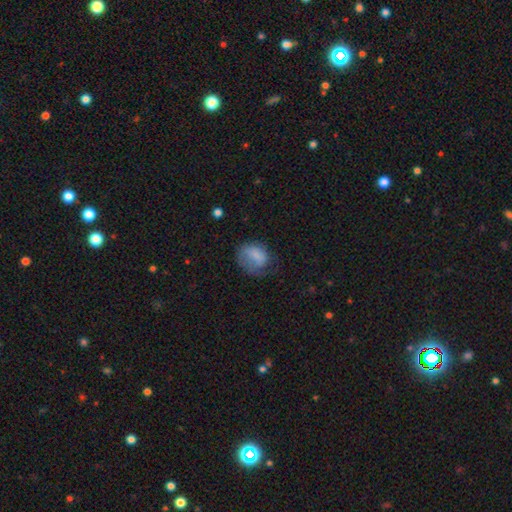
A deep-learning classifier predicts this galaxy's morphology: type=smooth (63%); roundness=round (51%); merging=none (39%).